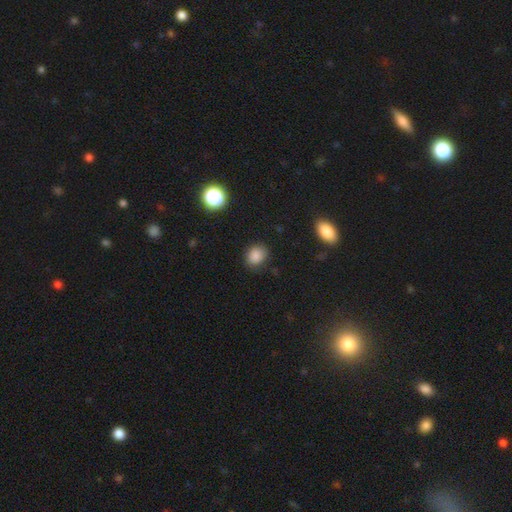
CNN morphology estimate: This is clearly a smooth galaxy (85%). How rounded: likely round (63%). Merging: clearly none (83%).